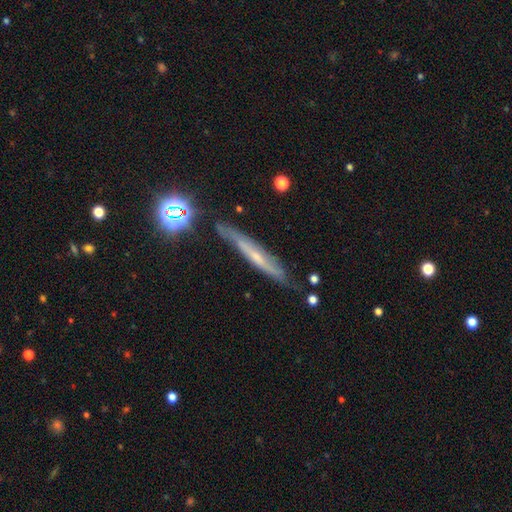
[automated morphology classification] Overall: featured or disk (55%; smooth 33%). Edge-on disk: yes (81%). Merging: none (79%).